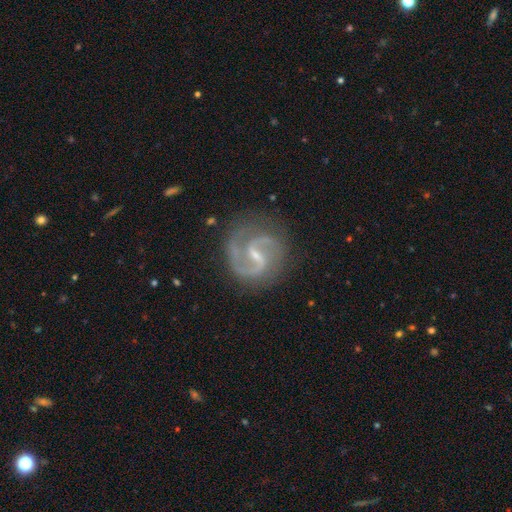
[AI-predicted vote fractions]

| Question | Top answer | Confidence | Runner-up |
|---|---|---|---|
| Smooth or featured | featured or disk | 92% | star or artifact (5%) |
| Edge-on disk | no | 98% | yes (2%) |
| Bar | weak | 54% | strong (30%) |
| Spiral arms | yes | 98% | no (2%) |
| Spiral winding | medium | 63% | tight (19%) |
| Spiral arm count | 2 | 92% | 1 (2%) |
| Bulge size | small | 69% | moderate (19%) |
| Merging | none | 80% | minor disturbance (14%) |